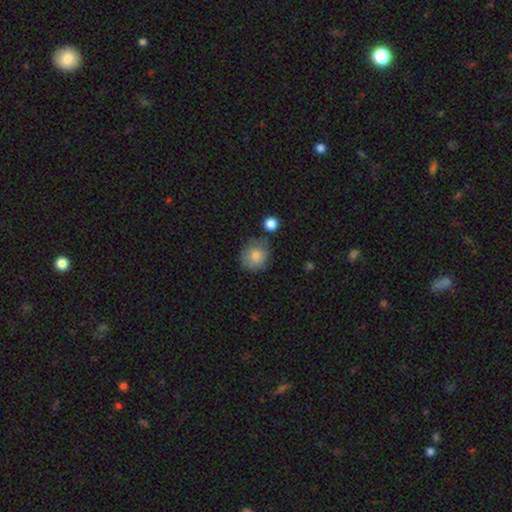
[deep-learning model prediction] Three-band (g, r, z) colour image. It shows a smooth galaxy with no disk features (77%) that is round (78%). Merging: none (66%).